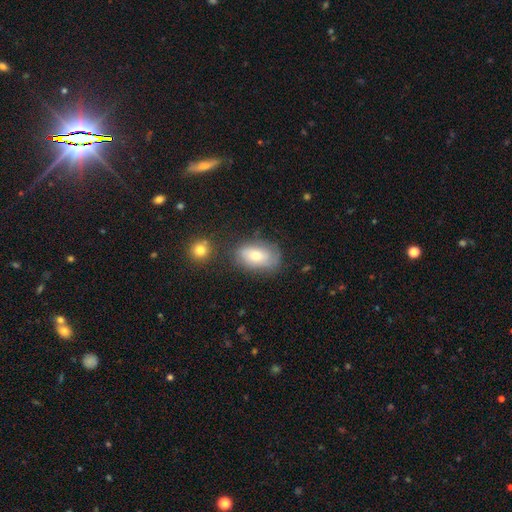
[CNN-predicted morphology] Overall: smooth (61%; featured or disk 30%). How rounded: in between (87%). Merging: none (66%).